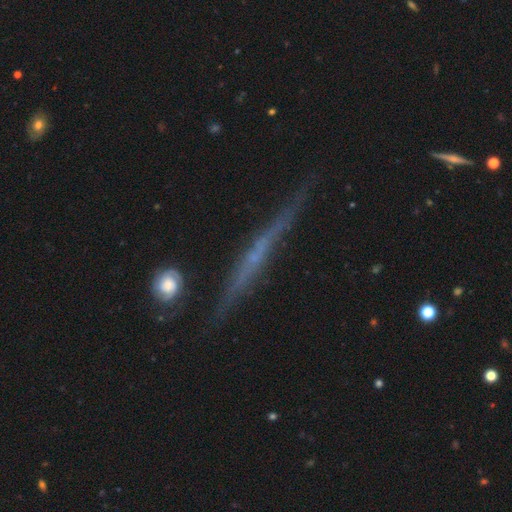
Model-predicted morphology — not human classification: smooth-or-featured: featured or disk: 68% | smooth: 23% | star or artifact: 9%
  disk-edge-on: yes: 95% | no: 5%
    edge-on-bulge: none: 75% | rounded: 18% | boxy: 7%
  merging: none: 83% | minor disturbance: 12% | major disturbance: 3% | merger: 2%